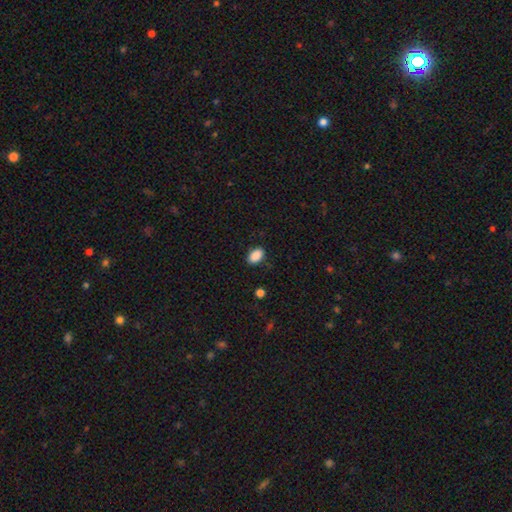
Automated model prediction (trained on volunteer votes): Overall: smooth (89%). How rounded: in between (90%). Merging: none (87%).